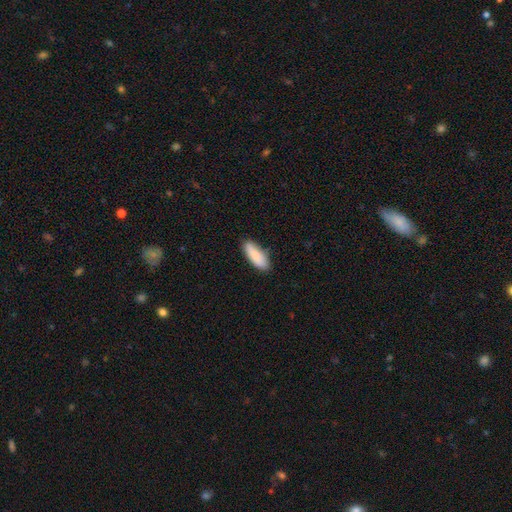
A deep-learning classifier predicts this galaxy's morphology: smooth_or_featured: smooth (p=0.87) [alt: featured or disk p=0.07]
how_rounded: in between (p=0.64) [alt: cigar-shaped p=0.34]
merging: none (p=0.80) [alt: minor disturbance p=0.16]